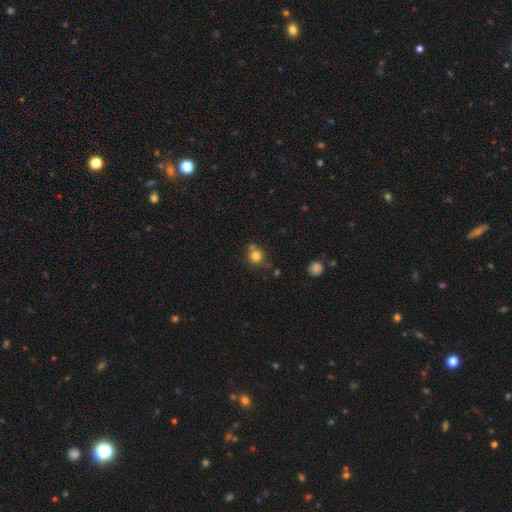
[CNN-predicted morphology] Smooth or featured? Predicted: smooth (p=0.79). How rounded? Predicted: round (p=0.83). Merging? Predicted: none (p=0.59).